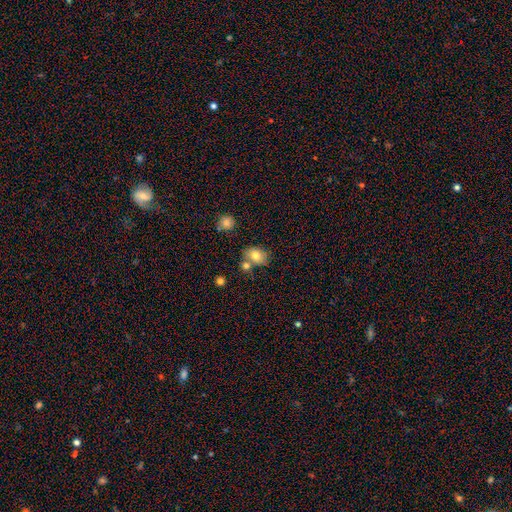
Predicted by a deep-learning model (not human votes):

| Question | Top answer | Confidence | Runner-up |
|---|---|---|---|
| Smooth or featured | smooth | 76% | featured or disk (14%) |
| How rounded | in between | 61% | round (38%) |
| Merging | none | 56% | merger (26%) |